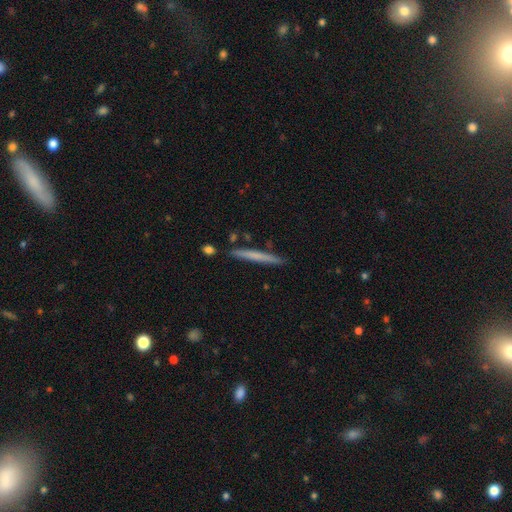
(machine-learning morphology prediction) The model was most divided on "smooth or featured": smooth: 58%, featured or disk: 36%, star or artifact: 6%. More confident: how rounded — cigar-shaped (97%); merging — none (88%).